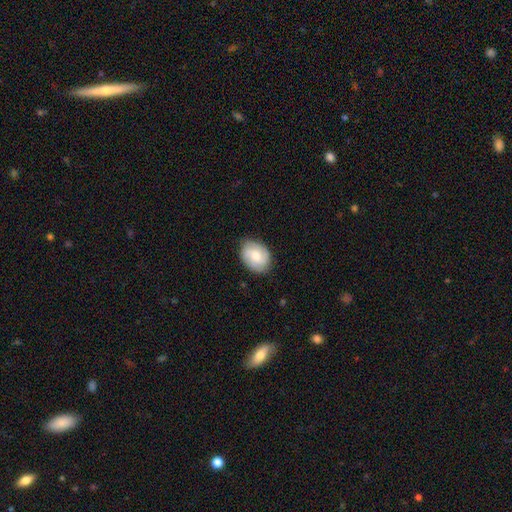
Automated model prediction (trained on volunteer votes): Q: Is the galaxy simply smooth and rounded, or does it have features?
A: smooth — 47%.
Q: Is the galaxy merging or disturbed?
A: none — 83%.